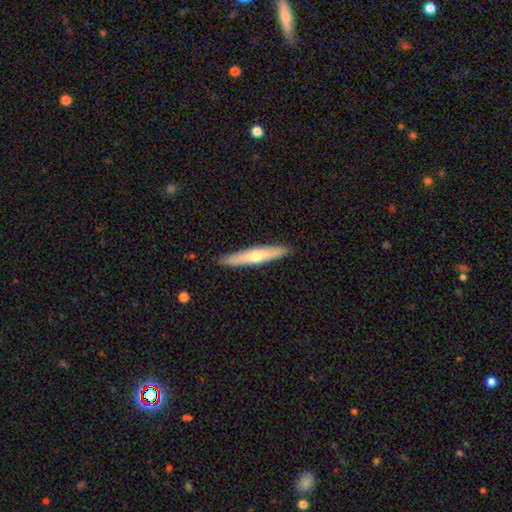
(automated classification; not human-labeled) Smooth or featured? Predicted: smooth (p=0.48). Merging? Predicted: none (p=0.91).